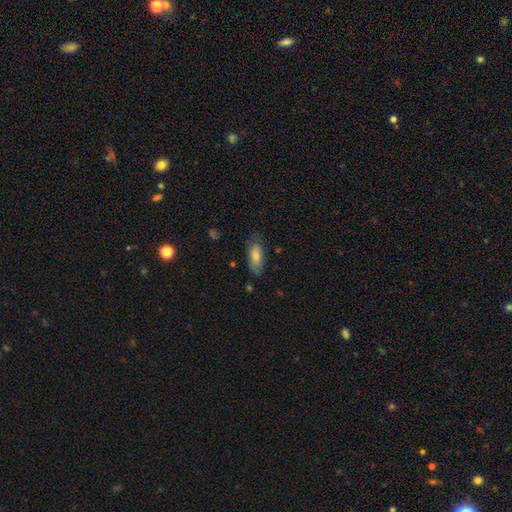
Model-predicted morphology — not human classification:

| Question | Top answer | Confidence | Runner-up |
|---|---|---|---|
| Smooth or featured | smooth | 72% | featured or disk (22%) |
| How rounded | in between | 84% | cigar-shaped (14%) |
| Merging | none | 65% | minor disturbance (26%) |